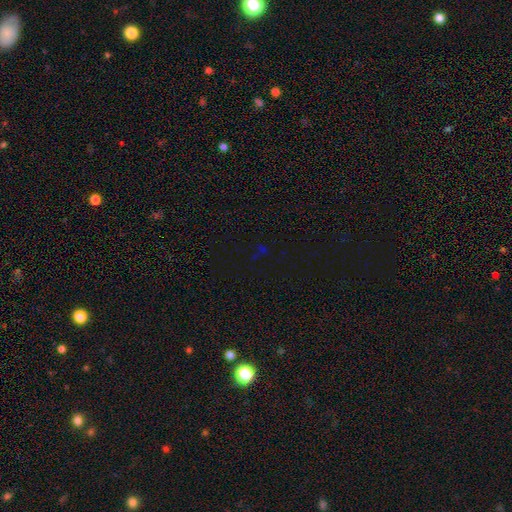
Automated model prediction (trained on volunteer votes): Smooth or featured?
  - star or artifact: 68% *
  - smooth: 23%
  - featured or disk: 9%